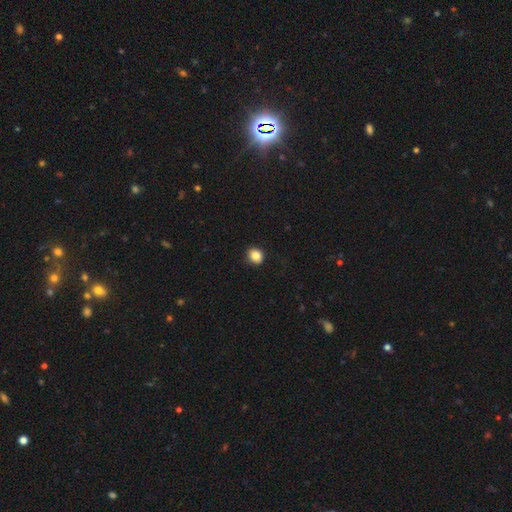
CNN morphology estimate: Smooth or featured?
  - smooth: 87% *
  - star or artifact: 10%
  - featured or disk: 4%
How rounded?
  - round: 72% *
  - in between: 27%
  - cigar-shaped: 1%
Merging?
  - none: 89% *
  - minor disturbance: 8%
  - major disturbance: 2%
  - merger: 1%